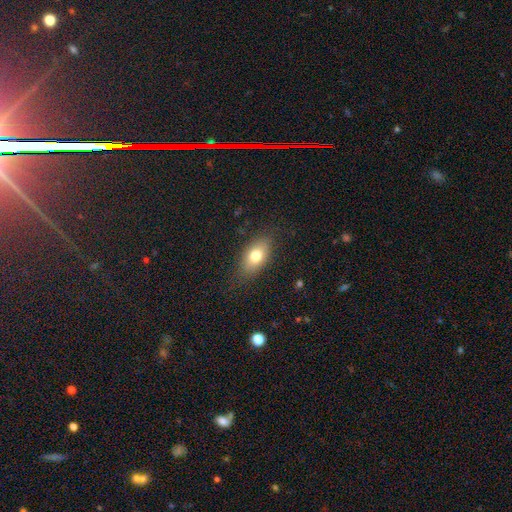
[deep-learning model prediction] A smooth galaxy with no disk features (75%) that is in between round and cigar-shaped (86%). Merging: none (82%).